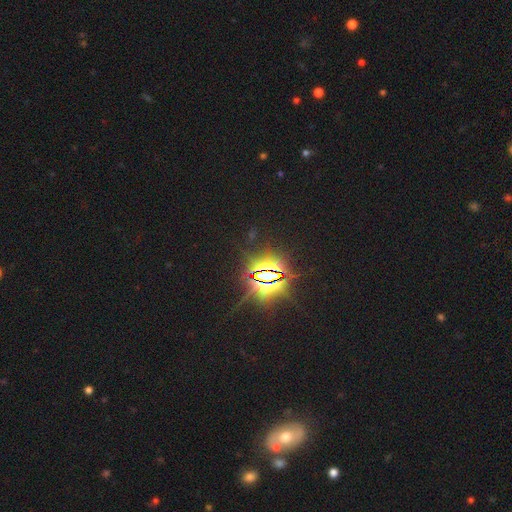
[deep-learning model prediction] smooth-or-featured: star or artifact: 82% | smooth: 11% | featured or disk: 6%